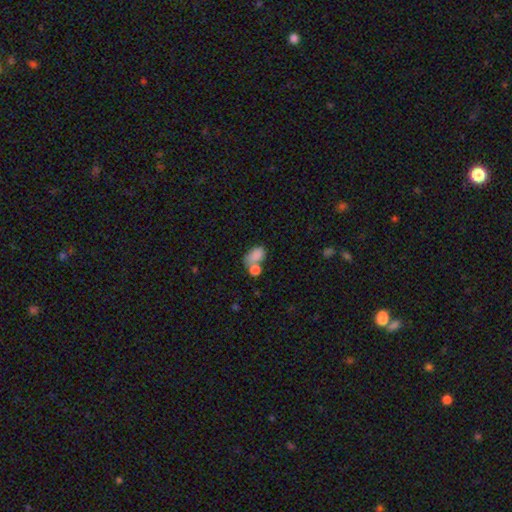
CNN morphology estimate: Q: Smooth or featured?
A: smooth (81%); runner-up: featured or disk (10%)
Q: How rounded?
A: in between (84%); runner-up: round (15%)
Q: Merging?
A: merger (50%); runner-up: none (29%)